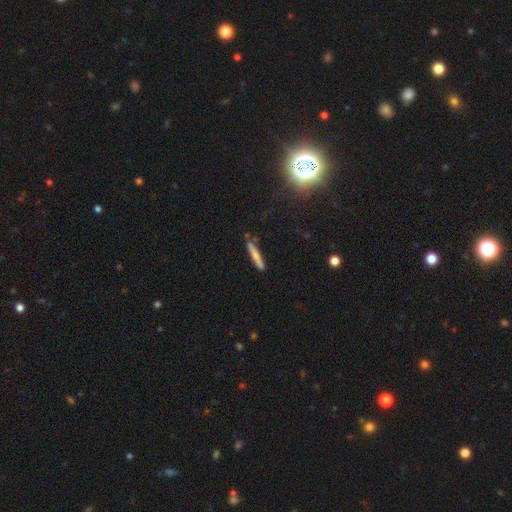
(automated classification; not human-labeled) Smooth or featured? smooth (66%)
How rounded? cigar-shaped (93%)
Merging? none (81%)